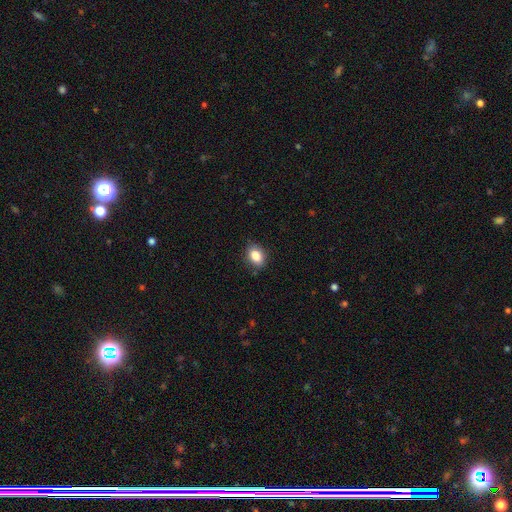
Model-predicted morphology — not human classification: smooth_or_featured: smooth (p=0.85) [alt: star or artifact p=0.09]
how_rounded: in between (p=0.72) [alt: round p=0.27]
merging: none (p=0.84) [alt: minor disturbance p=0.12]